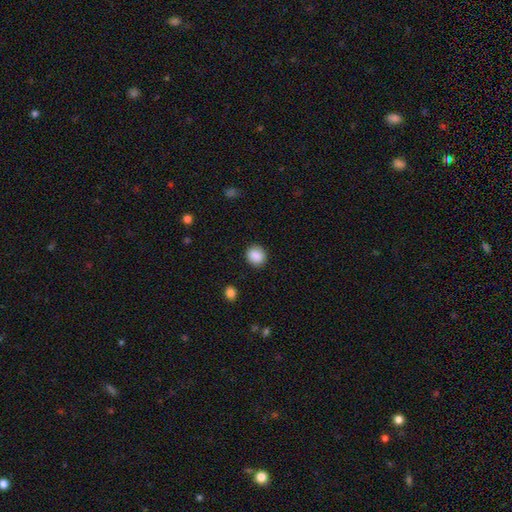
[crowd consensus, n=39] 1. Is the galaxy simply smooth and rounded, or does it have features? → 95% smooth, 5% star or artifact, 0% featured or disk.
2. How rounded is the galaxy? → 76% round, 24% in between, 0% cigar-shaped.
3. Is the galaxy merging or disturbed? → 92% none, 8% minor disturbance, 0% major disturbance, 0% merger.